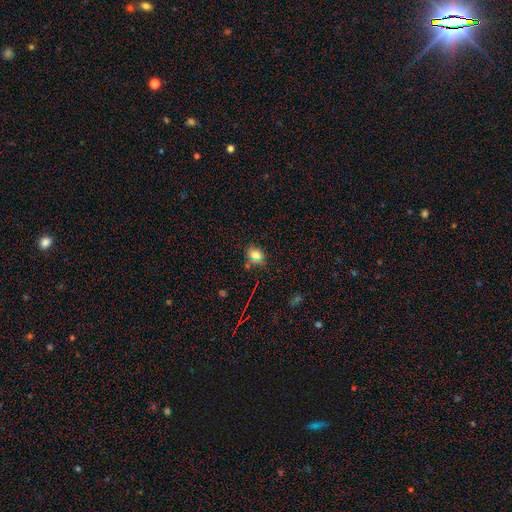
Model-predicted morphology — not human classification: This appears to be a smooth galaxy with no disk features (73%) that is in between round and cigar-shaped (55%). Merging: none (73%).